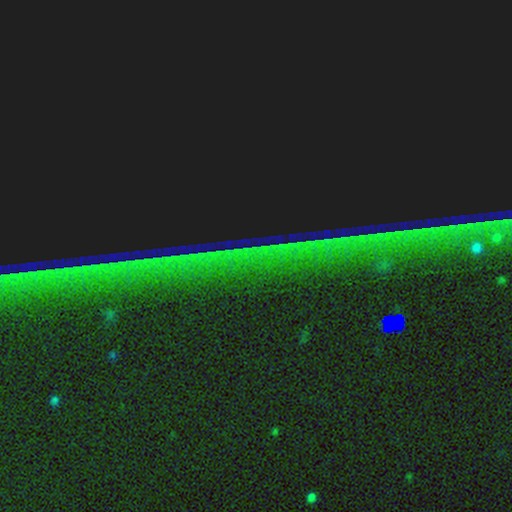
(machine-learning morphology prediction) Smooth or featured? Predicted: star or artifact (p=0.86).